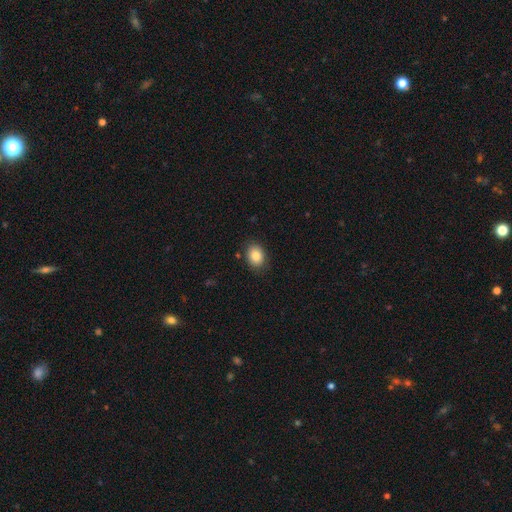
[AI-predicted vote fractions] Smooth or featured? Predicted: smooth (p=0.86). How rounded? Predicted: in between (p=0.62). Merging? Predicted: none (p=0.86).